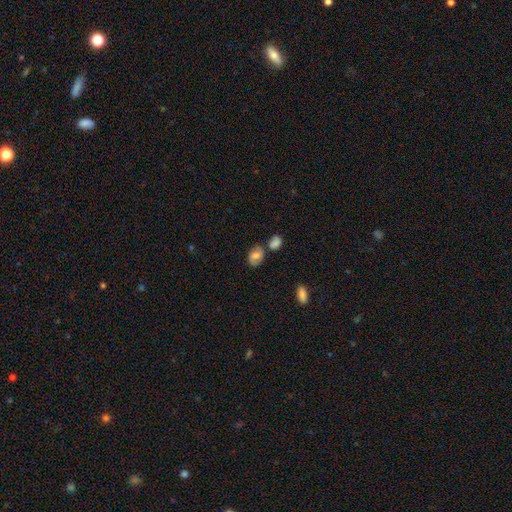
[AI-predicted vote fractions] Overall: smooth (56%; featured or disk 34%). How rounded: in between (77%). Merging: none (64%).